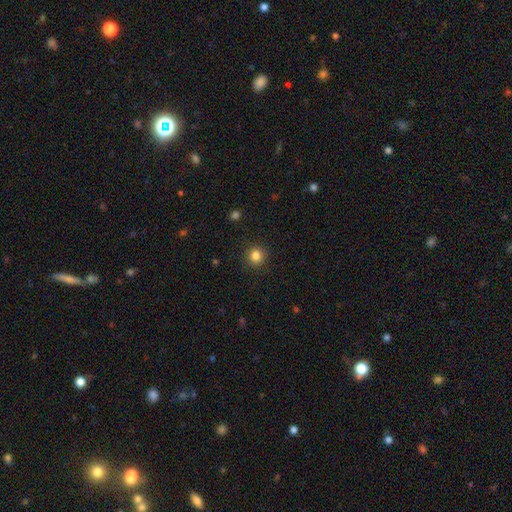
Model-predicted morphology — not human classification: Smooth or featured? Predicted: smooth (p=0.84). How rounded? Predicted: round (p=0.88). Merging? Predicted: none (p=0.90).